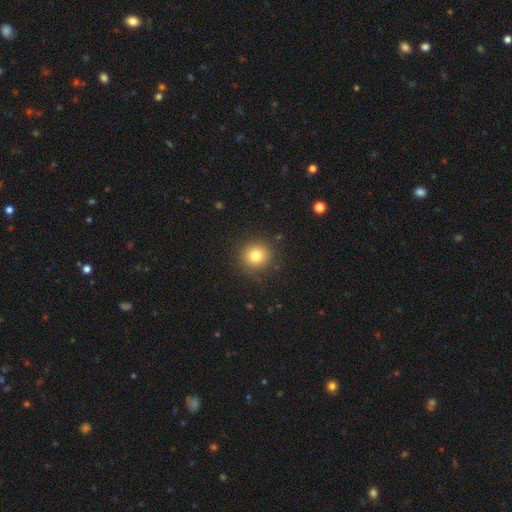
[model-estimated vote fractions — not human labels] The model was most divided on "smooth or featured": smooth: 80%, star or artifact: 12%, featured or disk: 8%. More confident: how rounded — round (91%); merging — none (86%).